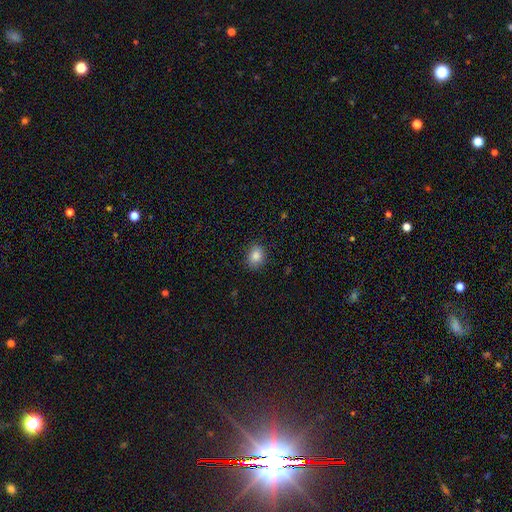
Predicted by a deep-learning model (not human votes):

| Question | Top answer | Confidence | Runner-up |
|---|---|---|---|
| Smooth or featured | smooth | 85% | star or artifact (10%) |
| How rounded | round | 56% | in between (43%) |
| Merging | none | 87% | minor disturbance (10%) |